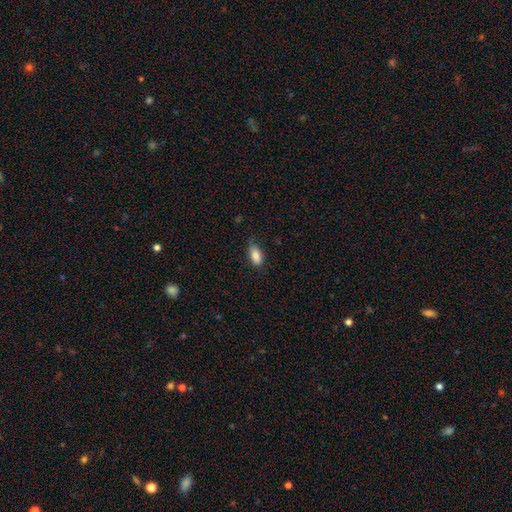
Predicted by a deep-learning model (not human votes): Smooth or featured? smooth (85%)
How rounded? in between (90%)
Merging? none (67%)